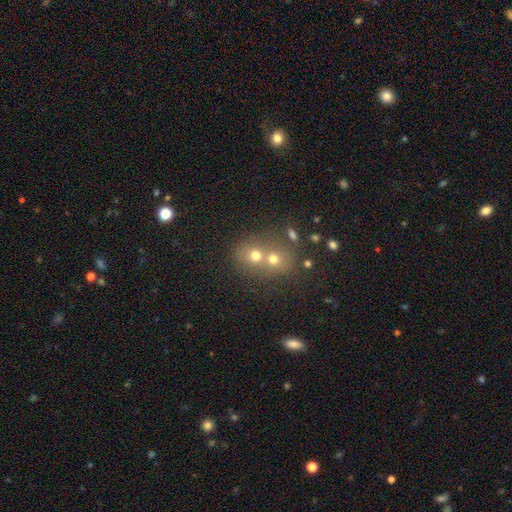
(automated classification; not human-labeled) smooth-or-featured: smooth: 65% | featured or disk: 18% | star or artifact: 17%
  how-rounded: round: 76% | in between: 23% | cigar-shaped: 1%
  merging: merger: 58% | none: 33% | minor disturbance: 6% | major disturbance: 3%